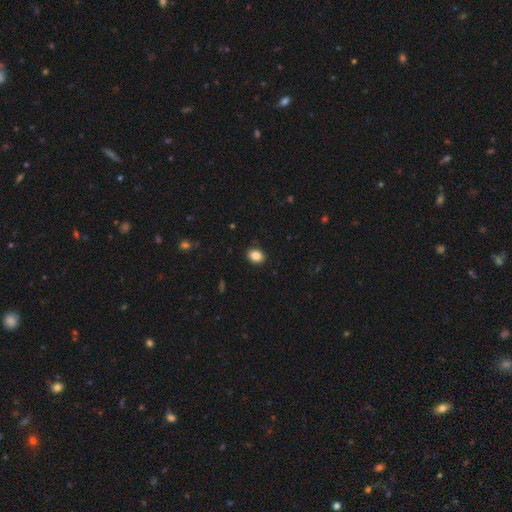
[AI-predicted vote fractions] The model was most divided on "how rounded": in between: 61%, round: 38%, cigar-shaped: 1%. More confident: merging — none (89%); smooth or featured — smooth (87%).